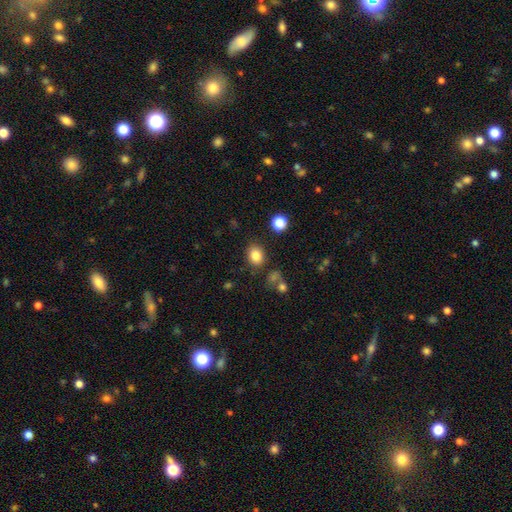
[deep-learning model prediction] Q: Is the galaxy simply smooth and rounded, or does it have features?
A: smooth — 83%.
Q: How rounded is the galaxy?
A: round — 52%.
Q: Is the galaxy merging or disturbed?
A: none — 83%.